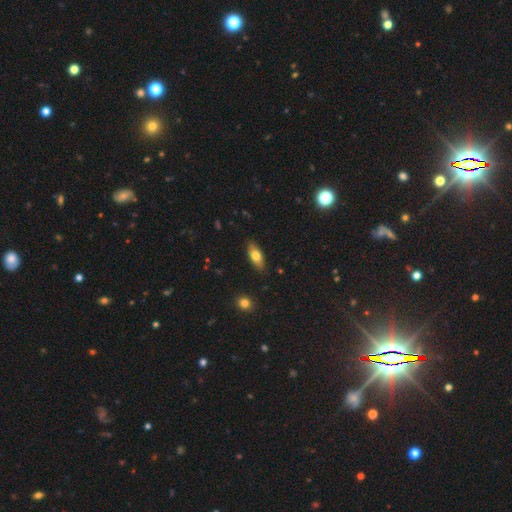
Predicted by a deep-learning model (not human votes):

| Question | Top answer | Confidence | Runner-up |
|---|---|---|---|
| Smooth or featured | smooth | 70% | featured or disk (23%) |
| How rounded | in between | 75% | cigar-shaped (22%) |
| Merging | none | 86% | minor disturbance (11%) |